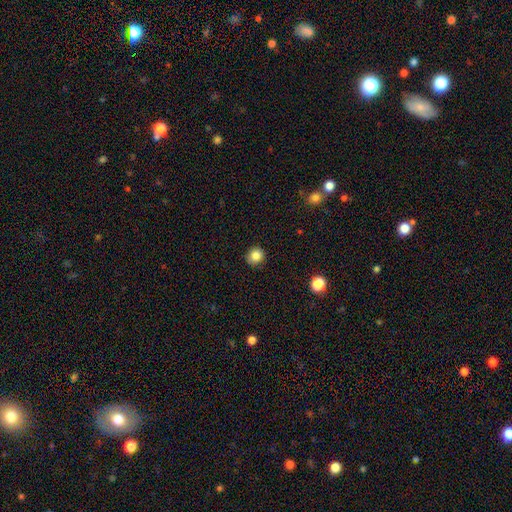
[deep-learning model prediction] smooth-or-featured: smooth: 85% | star or artifact: 11% | featured or disk: 5%
  how-rounded: round: 90% | in between: 9% | cigar-shaped: 1%
  merging: none: 90% | minor disturbance: 7% | major disturbance: 2% | merger: 1%